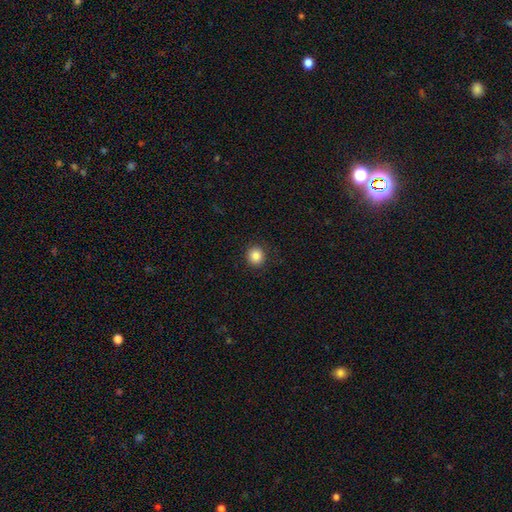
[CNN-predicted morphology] This is clearly a smooth galaxy (86%). How rounded: clearly round (90%). Merging: clearly none (91%).